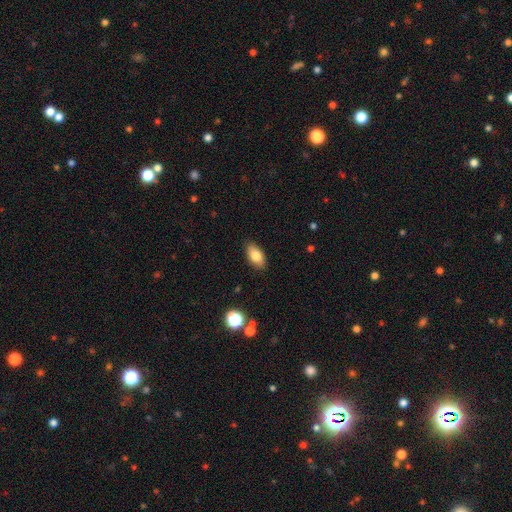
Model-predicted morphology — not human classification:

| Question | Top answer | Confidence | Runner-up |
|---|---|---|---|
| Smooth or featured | smooth | 82% | featured or disk (10%) |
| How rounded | in between | 91% | cigar-shaped (4%) |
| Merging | none | 87% | minor disturbance (9%) |